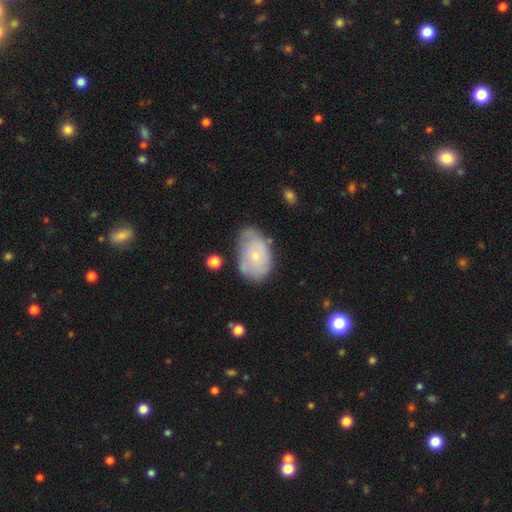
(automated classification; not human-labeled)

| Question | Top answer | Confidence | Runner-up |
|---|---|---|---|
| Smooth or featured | smooth | 51% | featured or disk (42%) |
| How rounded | in between | 85% | round (13%) |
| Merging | none | 46% | minor disturbance (35%) |